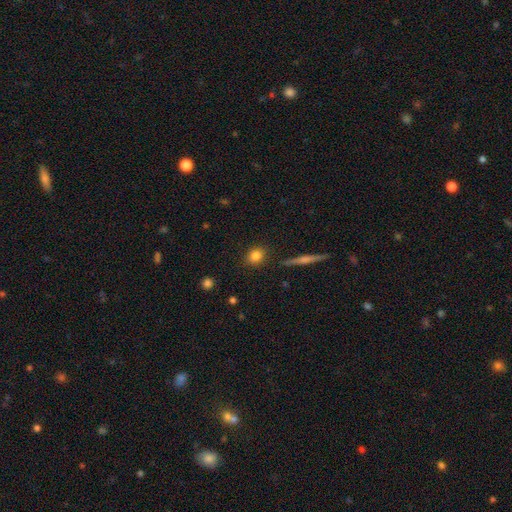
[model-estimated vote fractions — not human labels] Morphology: type=smooth (82%); roundness=round (68%); merging=none (87%).